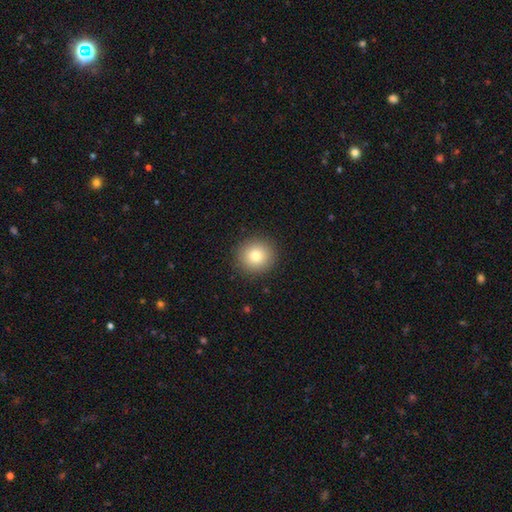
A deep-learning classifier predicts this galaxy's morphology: This appears to be a smooth galaxy with no disk features (80%) that is round (92%). Merging: none (91%).